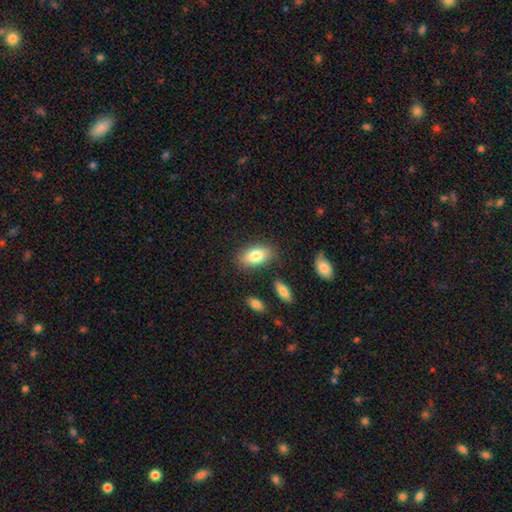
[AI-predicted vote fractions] smooth_or_featured: smooth (p=0.80) [alt: featured or disk p=0.13]
how_rounded: in between (p=0.90) [alt: cigar-shaped p=0.05]
merging: none (p=0.82) [alt: minor disturbance p=0.12]